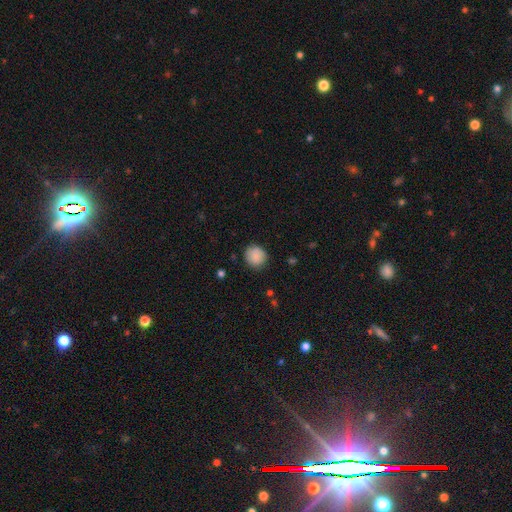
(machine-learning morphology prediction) Smooth or featured?
  - smooth: 88% *
  - star or artifact: 8%
  - featured or disk: 4%
How rounded?
  - round: 88% *
  - in between: 11%
  - cigar-shaped: 1%
Merging?
  - none: 86% *
  - minor disturbance: 11%
  - major disturbance: 3%
  - merger: 1%